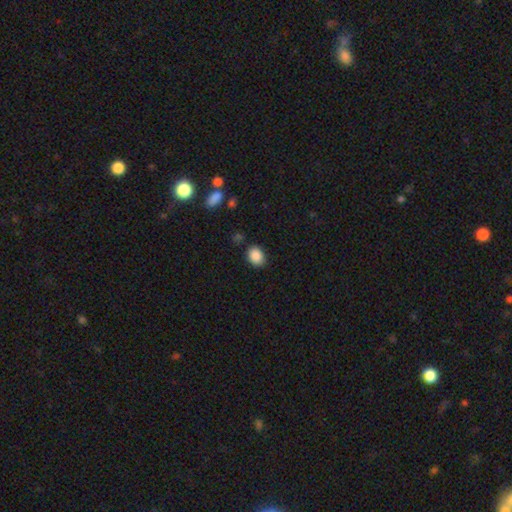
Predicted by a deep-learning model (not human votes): Smooth or featured? Predicted: smooth (p=0.87). How rounded? Predicted: in between (p=0.62). Merging? Predicted: none (p=0.83).